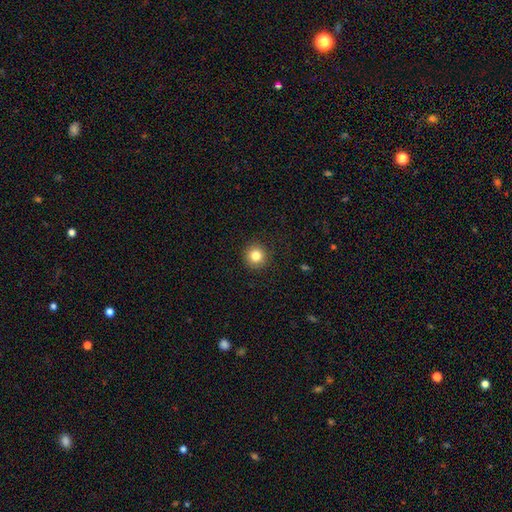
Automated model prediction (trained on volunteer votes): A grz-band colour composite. It shows a smooth galaxy with no disk features (82%) that is round (95%). Merging: none (92%).